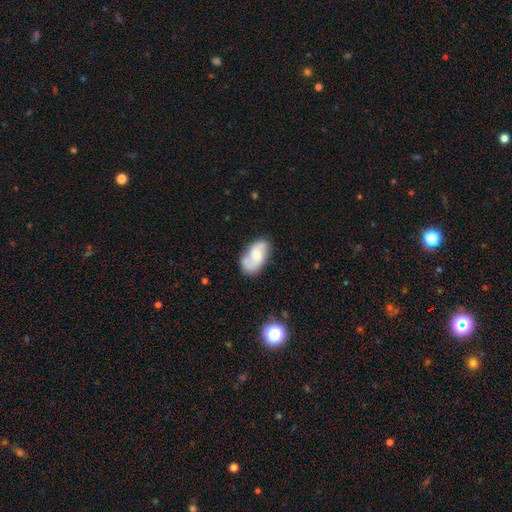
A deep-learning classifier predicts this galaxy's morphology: A featured or disk galaxy (47%).

Vote fractions:
- Smooth or featured? featured or disk: 47% / smooth: 45% / star or artifact: 7%
- Merging? none: 67% / minor disturbance: 23% / major disturbance: 7% / merger: 4%